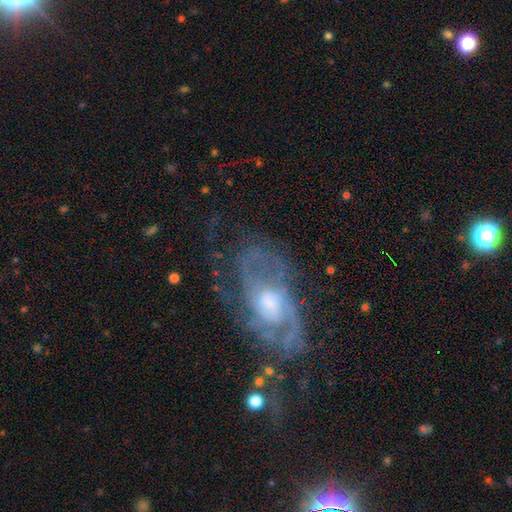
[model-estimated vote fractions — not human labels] A featured or disk galaxy (85%) with no bar (63%), 2 (46%) tight (45%) spiral arms (94%) and a moderate central bulge (59%). Merging: none (65%).